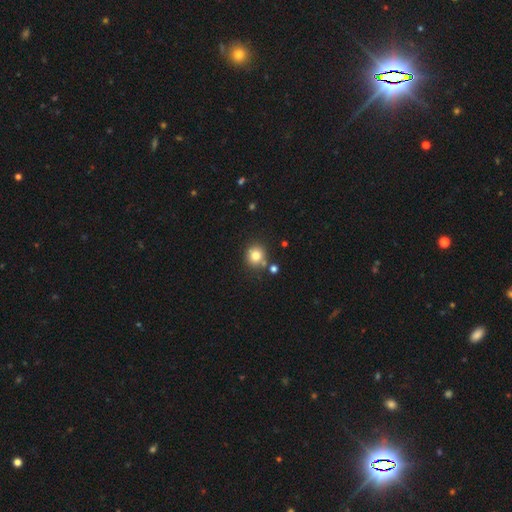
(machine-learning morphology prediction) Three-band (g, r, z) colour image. It shows a smooth galaxy with no disk features (80%) that is round (87%). Merging: none (77%).